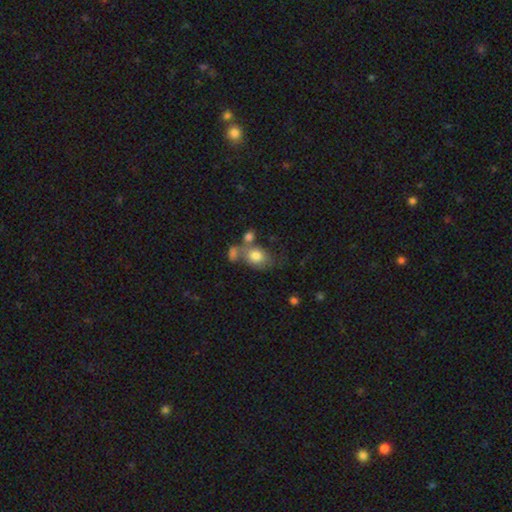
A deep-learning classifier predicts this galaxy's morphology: A smooth galaxy with no disk features (76%) that is in between round and cigar-shaped (64%).

Vote fractions:
- Smooth or featured? smooth: 76% / featured or disk: 15% / star or artifact: 9%
- How rounded? in between: 64% / round: 34% / cigar-shaped: 1%
- Merging? none: 41% / merger: 31% / minor disturbance: 18% / major disturbance: 10%